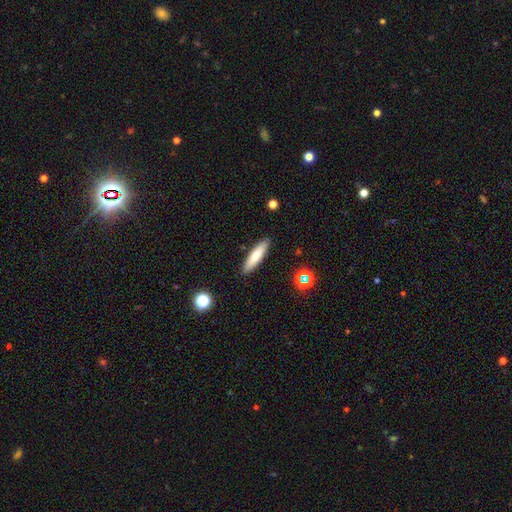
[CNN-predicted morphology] Smooth or featured? Predicted: smooth (p=0.73). How rounded? Predicted: cigar-shaped (p=0.80). Merging? Predicted: none (p=0.89).